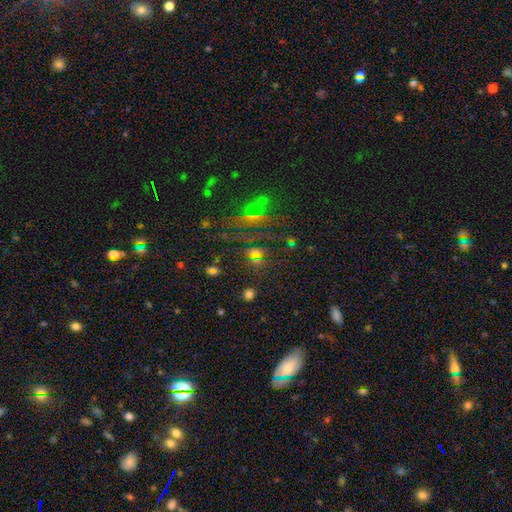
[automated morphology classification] Overall: star or artifact (60%; smooth 30%).